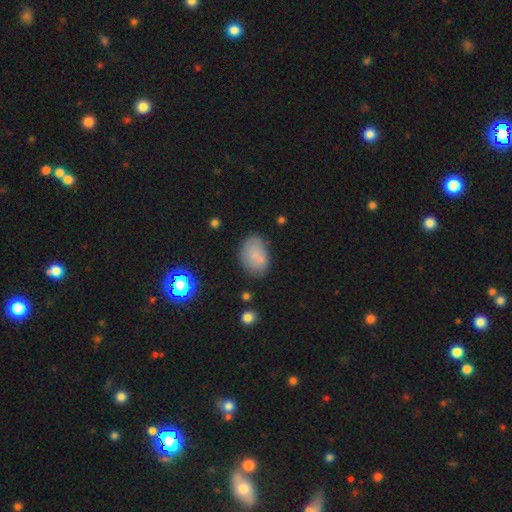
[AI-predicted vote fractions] Smooth or featured?
  - smooth: 74% *
  - featured or disk: 15%
  - star or artifact: 11%
How rounded?
  - in between: 84% *
  - round: 15%
  - cigar-shaped: 1%
Merging?
  - none: 65% *
  - minor disturbance: 21%
  - merger: 8%
  - major disturbance: 6%